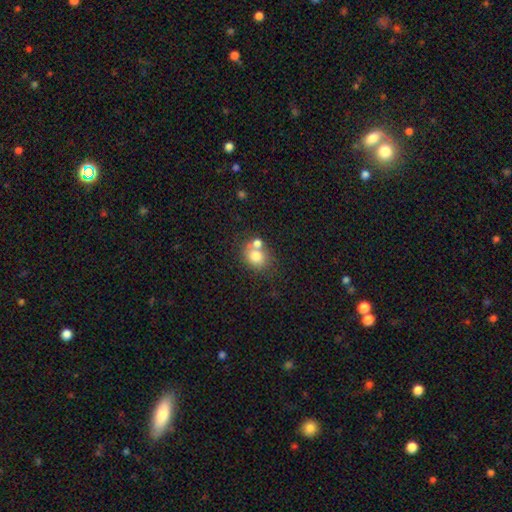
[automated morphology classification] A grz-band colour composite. It shows a smooth galaxy with no disk features (75%) that is round (68%). Merging: none (48%).